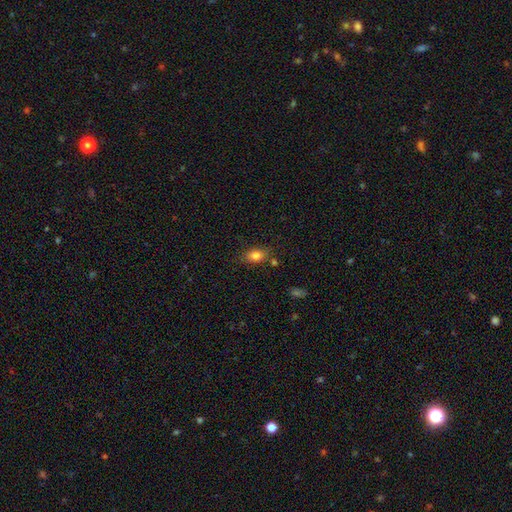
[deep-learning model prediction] This appears to be a smooth galaxy with no disk features (82%) that is in between round and cigar-shaped (81%). Merging: none (75%).